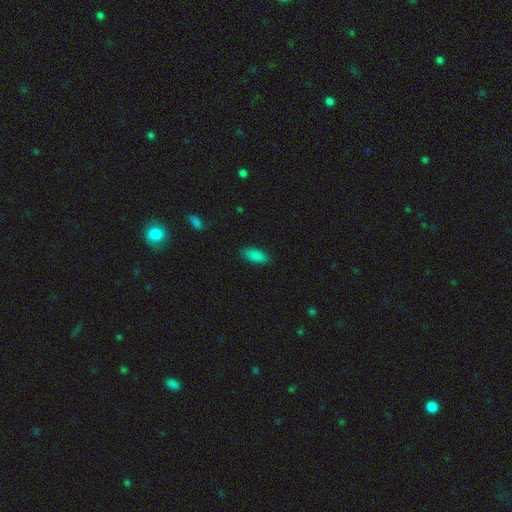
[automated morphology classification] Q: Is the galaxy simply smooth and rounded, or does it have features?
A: smooth — 88%.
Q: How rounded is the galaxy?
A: in between — 83%.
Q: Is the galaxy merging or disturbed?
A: none — 87%.